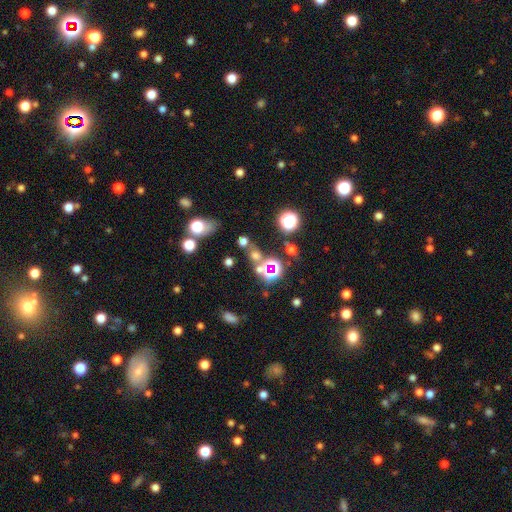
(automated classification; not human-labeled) This is possibly a smooth galaxy (47%). Merging: likely none (60%).